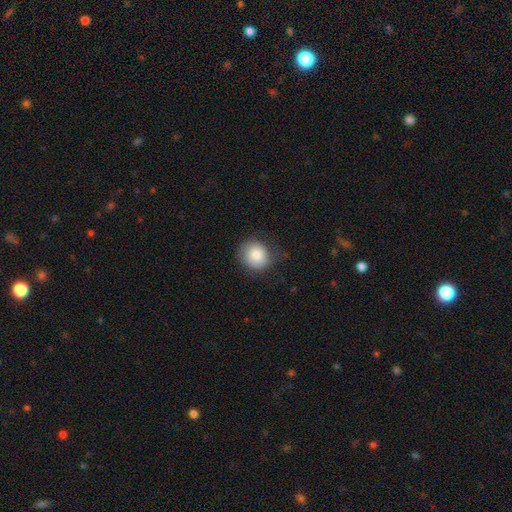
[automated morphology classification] Q: Smooth or featured?
A: smooth (83%); runner-up: featured or disk (9%)
Q: How rounded?
A: round (84%); runner-up: in between (15%)
Q: Merging?
A: none (75%); runner-up: minor disturbance (19%)